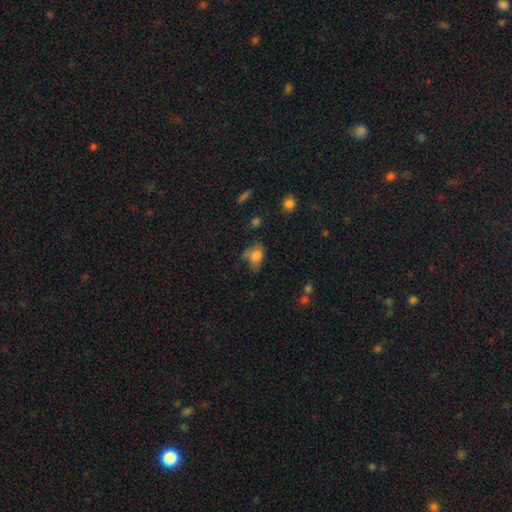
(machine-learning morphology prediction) This appears to be a smooth galaxy with no disk features (72%) that is in between round and cigar-shaped (79%). Merging: none (36%).